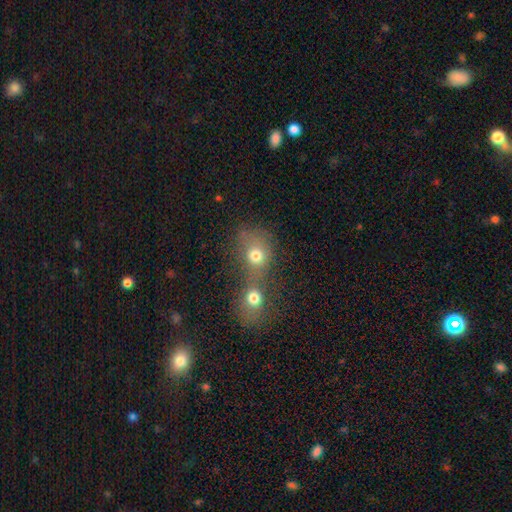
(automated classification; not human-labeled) Smooth or featured: smooth — 73% (star or artifact — 15%)
How rounded: round — 67% (in between — 32%)
Merging: merger — 65% (none — 24%)